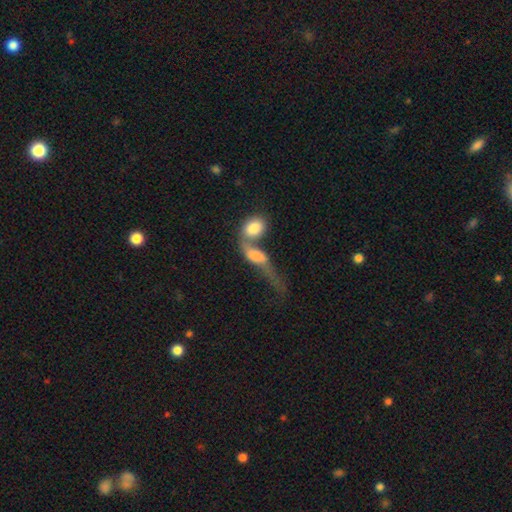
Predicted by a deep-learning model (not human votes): Smooth or featured: smooth — 57% (featured or disk — 34%)
How rounded: in between — 67% (cigar-shaped — 20%)
Merging: merger — 69% (major disturbance — 13%)